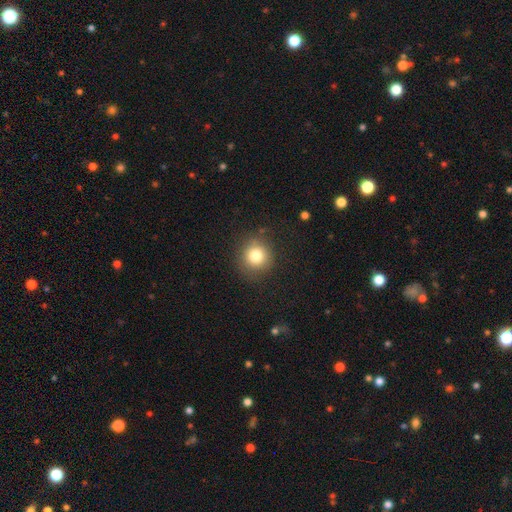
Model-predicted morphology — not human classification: A smooth galaxy with no disk features (80%) that is round (91%).

Vote fractions:
- Smooth or featured? smooth: 80% / star or artifact: 12% / featured or disk: 8%
- How rounded? round: 91% / in between: 8% / cigar-shaped: 1%
- Merging? none: 84% / minor disturbance: 11% / major disturbance: 4% / merger: 1%